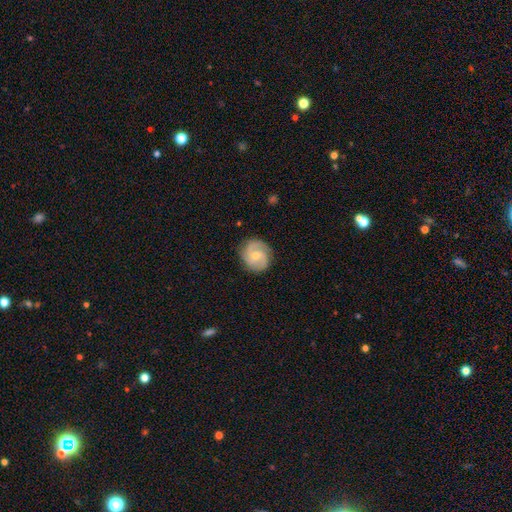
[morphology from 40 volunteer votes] smooth_or_featured: featured or disk (p=0.70) [alt: smooth p=0.28]
disk_edge_on: no (p=1.00)
bar: no (p=0.50) [alt: weak p=0.39]
has_spiral_arms: yes (p=0.86) [alt: no p=0.14]
spiral_winding: tight (p=0.42) [alt: medium p=0.38]
spiral_arm_count: 2 (p=0.54) [alt: 3 p=0.33]
bulge_size: moderate (p=0.54) [alt: small p=0.46]
merging: none (p=0.74) [alt: minor disturbance p=0.23]